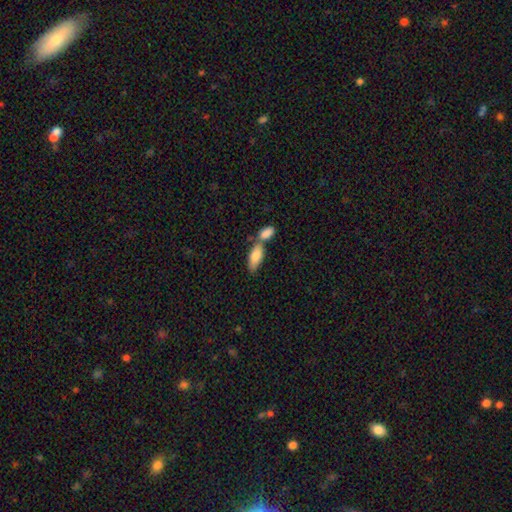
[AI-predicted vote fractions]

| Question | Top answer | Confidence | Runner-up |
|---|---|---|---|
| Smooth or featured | smooth | 81% | featured or disk (13%) |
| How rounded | in between | 83% | cigar-shaped (14%) |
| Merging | merger | 51% | none (35%) |